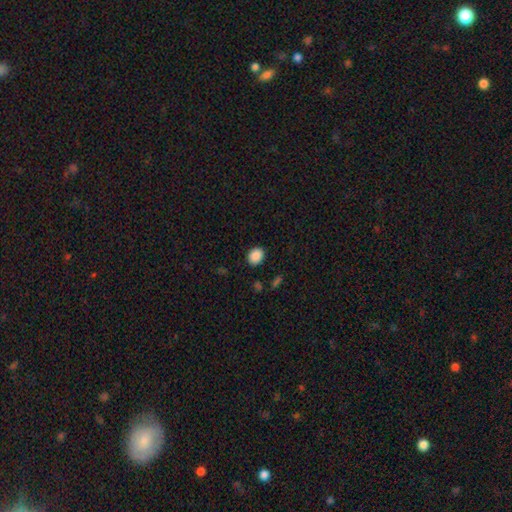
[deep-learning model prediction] The model was most divided on "how rounded": in between: 50%, round: 49%, cigar-shaped: 1%. More confident: smooth or featured — smooth (89%); merging — none (88%).